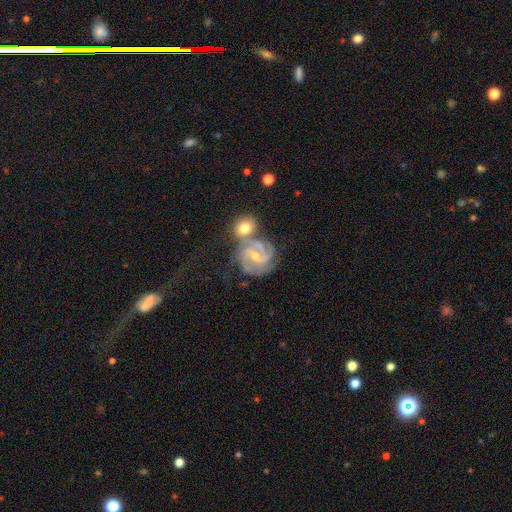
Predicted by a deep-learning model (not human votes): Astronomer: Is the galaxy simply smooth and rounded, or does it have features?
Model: featured or disk — 86%.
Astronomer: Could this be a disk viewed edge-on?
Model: no — 98%.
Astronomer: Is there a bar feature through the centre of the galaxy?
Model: weak — 52% (runner-up: no, 28%).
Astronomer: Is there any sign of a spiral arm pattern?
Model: yes — 97%.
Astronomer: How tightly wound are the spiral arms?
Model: tight — 57% (runner-up: medium, 37%).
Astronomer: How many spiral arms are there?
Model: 3 — 44% (runner-up: 2, 24%).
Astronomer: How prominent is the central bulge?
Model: small — 52% (runner-up: moderate, 44%).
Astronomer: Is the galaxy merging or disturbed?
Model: none — 42% (runner-up: merger, 36%).